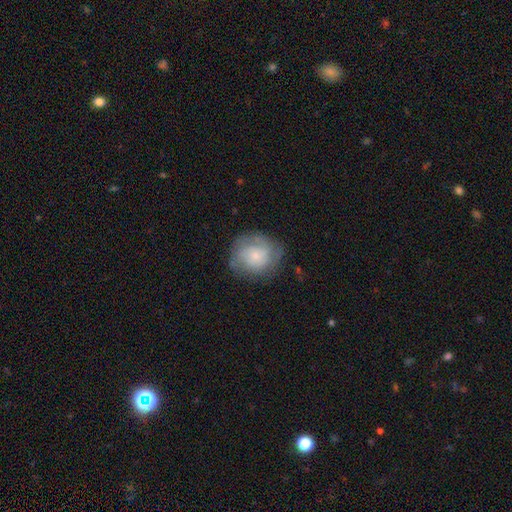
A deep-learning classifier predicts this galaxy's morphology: Smooth or featured?
  - smooth: 48% *
  - featured or disk: 45%
  - star or artifact: 8%
Merging?
  - none: 71% *
  - minor disturbance: 20%
  - major disturbance: 8%
  - merger: 1%